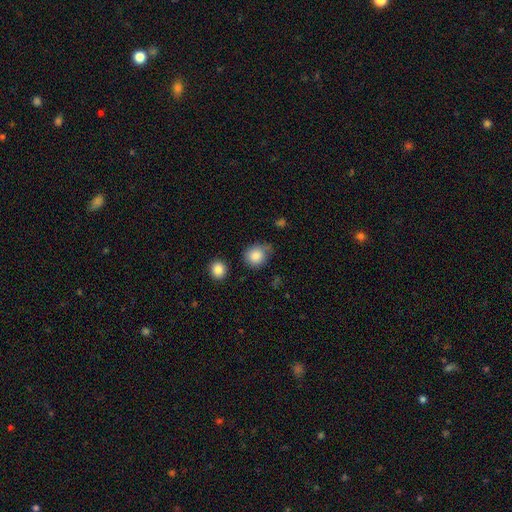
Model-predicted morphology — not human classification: Smooth or featured?
  - smooth: 85% *
  - star or artifact: 9%
  - featured or disk: 6%
How rounded?
  - round: 79% *
  - in between: 20%
  - cigar-shaped: 1%
Merging?
  - none: 62% *
  - minor disturbance: 27%
  - major disturbance: 7%
  - merger: 4%